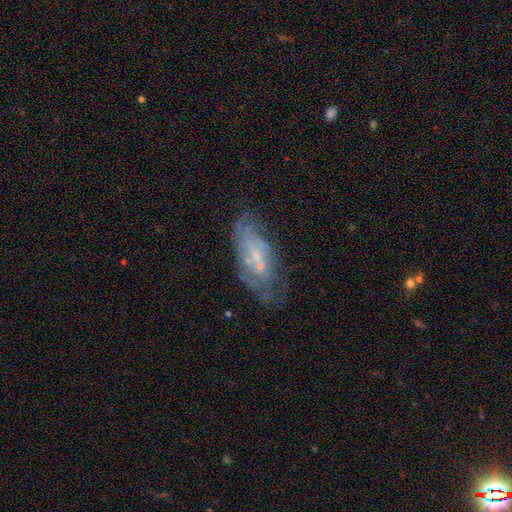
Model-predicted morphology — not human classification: smooth_or_featured: featured or disk (p=0.66) [alt: smooth p=0.24]
disk_edge_on: no (p=0.90) [alt: yes p=0.10]
bar: no (p=0.66) [alt: weak p=0.28]
has_spiral_arms: yes (p=0.61) [alt: no p=0.39]
bulge_size: small (p=0.67) [alt: moderate p=0.18]
merging: none (p=0.53) [alt: minor disturbance p=0.23]